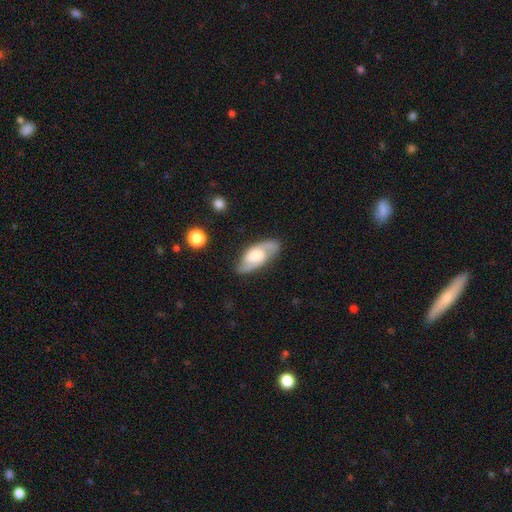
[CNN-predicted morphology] A featured or disk galaxy (65%) with no bar (56%), spiral arms (86%) and a moderate central bulge (34%).

Vote fractions:
- Smooth or featured? featured or disk: 65% / smooth: 29% / star or artifact: 6%
- Edge-on disk? no: 88% / yes: 12%
- Bar? no: 56% / weak: 34% / strong: 10%
- Spiral arms? yes: 86% / no: 14%
- Bulge size? moderate: 34% / large: 33% / small: 19% / none: 8% / dominant: 4%
- Merging? none: 77% / minor disturbance: 16% / major disturbance: 5% / merger: 2%